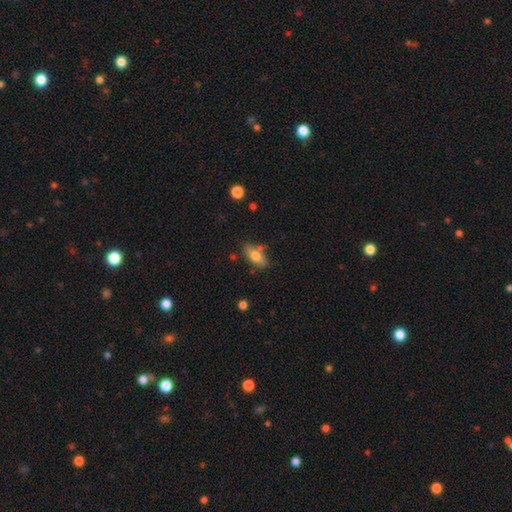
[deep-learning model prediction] Smooth or featured: smooth — 70% (featured or disk — 22%)
How rounded: in between — 81% (cigar-shaped — 13%)
Merging: none — 67% (minor disturbance — 18%)